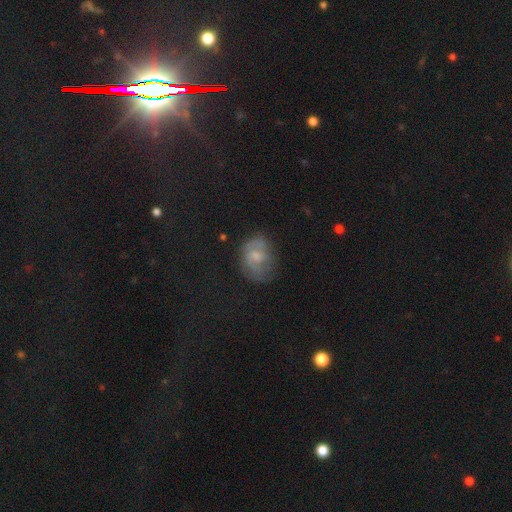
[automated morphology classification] Smooth or featured?
  - featured or disk: 44% *
  - smooth: 41%
  - star or artifact: 14%
Merging?
  - none: 58% *
  - minor disturbance: 27%
  - major disturbance: 13%
  - merger: 2%